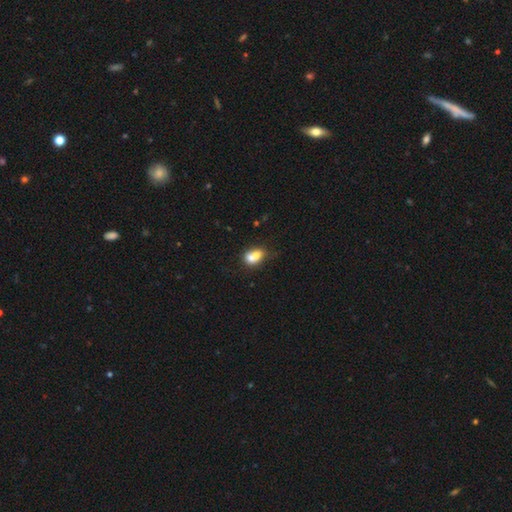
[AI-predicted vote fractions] Smooth or featured: smooth — 69% (featured or disk — 21%)
How rounded: in between — 67% (round — 30%)
Merging: merger — 56% (none — 26%)